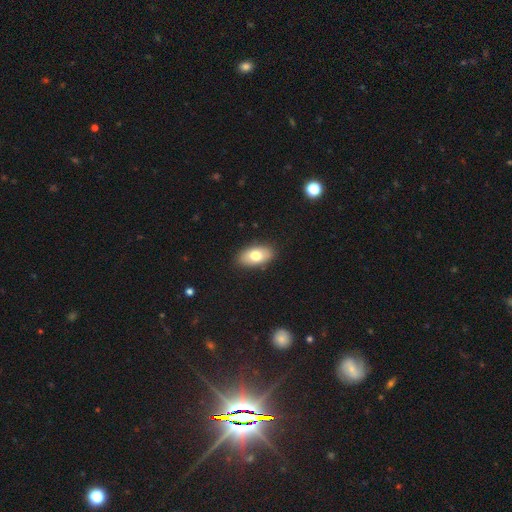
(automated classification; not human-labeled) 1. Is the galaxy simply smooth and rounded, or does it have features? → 75% smooth, 18% featured or disk, 7% star or artifact.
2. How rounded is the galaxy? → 92% in between, 5% round, 3% cigar-shaped.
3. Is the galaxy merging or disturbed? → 88% none, 9% minor disturbance, 2% major disturbance, 1% merger.